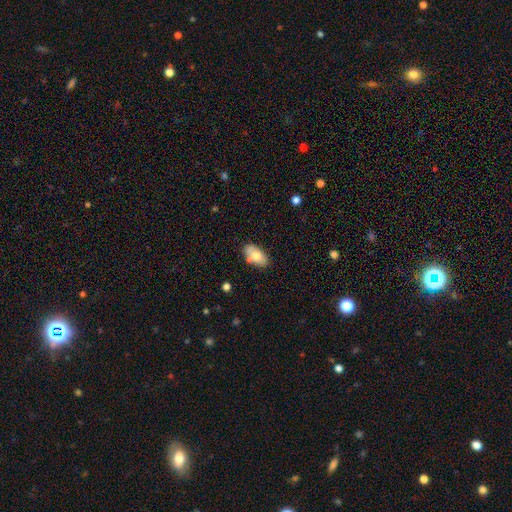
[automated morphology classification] smooth_or_featured: smooth (p=0.71) [alt: featured or disk p=0.23]
how_rounded: in between (p=0.93) [alt: round p=0.04]
merging: none (p=0.73) [alt: minor disturbance p=0.17]